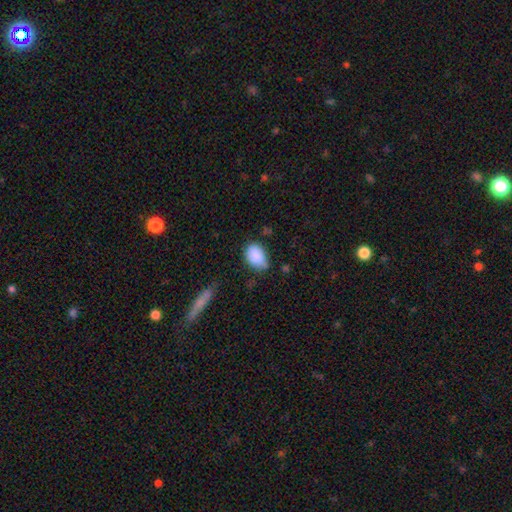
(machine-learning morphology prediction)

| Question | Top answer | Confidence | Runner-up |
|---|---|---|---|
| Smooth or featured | smooth | 87% | star or artifact (8%) |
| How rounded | in between | 83% | round (15%) |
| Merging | none | 54% | minor disturbance (35%) |